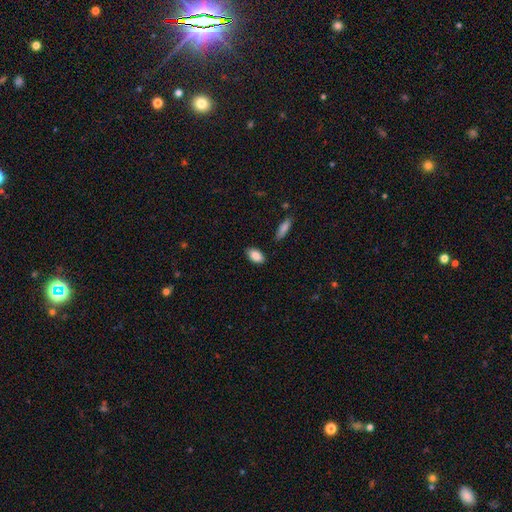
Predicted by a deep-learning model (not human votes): This is clearly a smooth galaxy (88%). How rounded: clearly in between (91%). Merging: clearly none (85%).